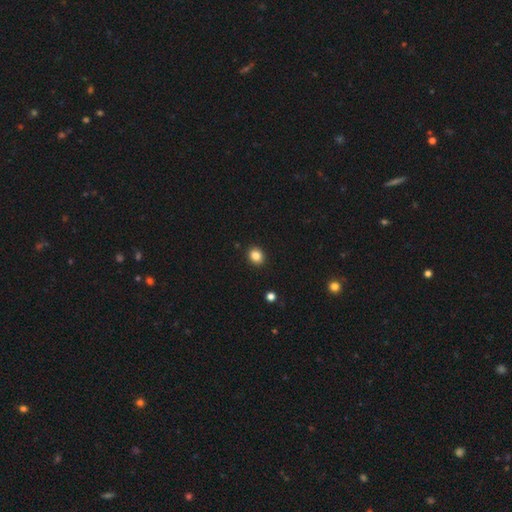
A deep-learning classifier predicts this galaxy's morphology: smooth_or_featured: smooth (p=0.86) [alt: star or artifact p=0.10]
how_rounded: round (p=0.64) [alt: in between p=0.35]
merging: none (p=0.91) [alt: minor disturbance p=0.06]